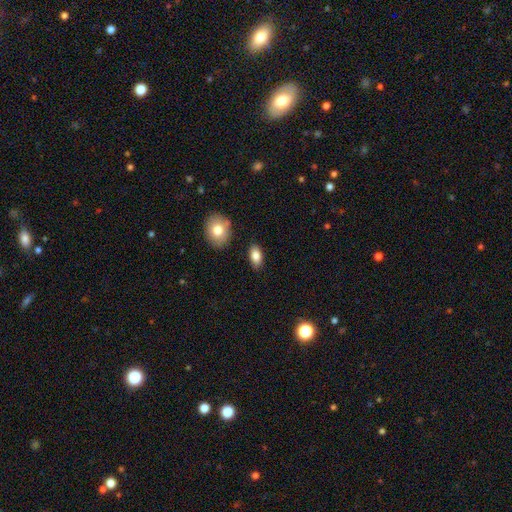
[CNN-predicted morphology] Smooth or featured?
  - smooth: 84% *
  - featured or disk: 8%
  - star or artifact: 7%
How rounded?
  - in between: 91% *
  - round: 6%
  - cigar-shaped: 3%
Merging?
  - none: 86% *
  - minor disturbance: 9%
  - merger: 2%
  - major disturbance: 2%